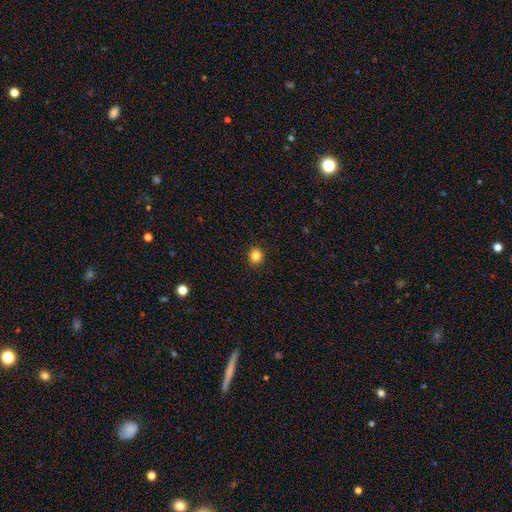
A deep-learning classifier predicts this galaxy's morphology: This is clearly a smooth galaxy (84%). How rounded: clearly round (82%). Merging: clearly none (92%).